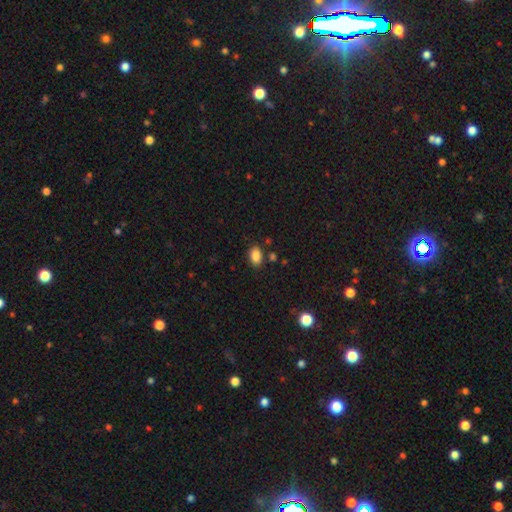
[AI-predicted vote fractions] Q: Smooth or featured?
A: smooth (87%); runner-up: star or artifact (10%)
Q: How rounded?
A: in between (85%); runner-up: round (13%)
Q: Merging?
A: none (84%); runner-up: minor disturbance (10%)